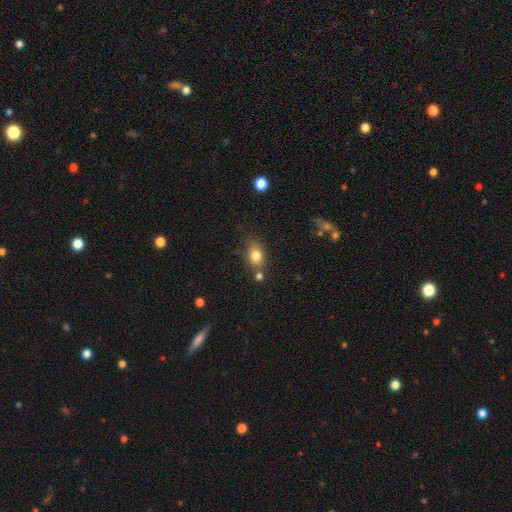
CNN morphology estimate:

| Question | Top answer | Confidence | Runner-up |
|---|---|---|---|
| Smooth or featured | smooth | 81% | star or artifact (10%) |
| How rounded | in between | 70% | round (28%) |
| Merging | none | 68% | minor disturbance (14%) |